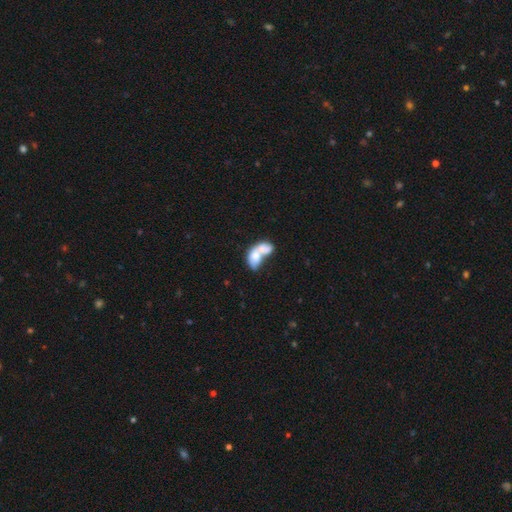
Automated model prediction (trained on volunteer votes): Overall: smooth (65%; featured or disk 28%). How rounded: in between (85%). Merging: merger (76%).